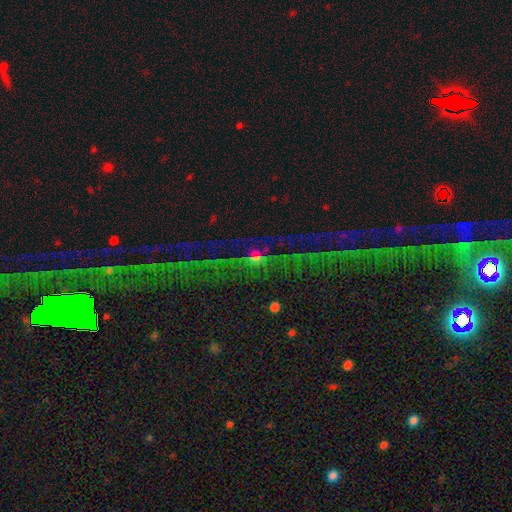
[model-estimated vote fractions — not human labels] A star or artifact, not a galaxy (58%).